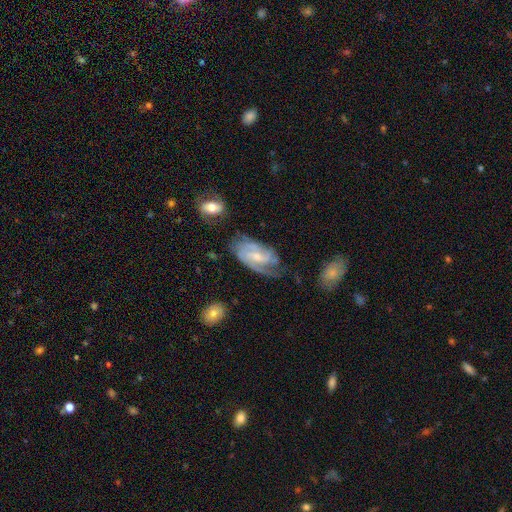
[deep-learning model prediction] The model was most divided on "spiral winding" (2-way tie): medium: 43%, tight: 43%, loose: 14%. Remaining: edge-on disk — no (96%); spiral arms — yes (94%); smooth or featured — featured or disk (82%); bulge size — small (55%); merging — none (55%); spiral arm count — 2 (51%); bar — weak (49%).